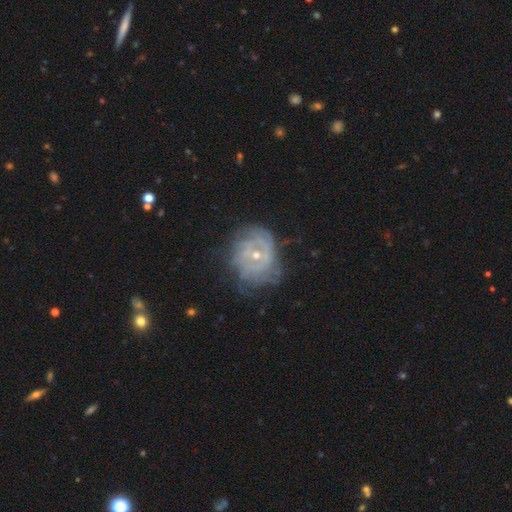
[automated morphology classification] A featured or disk galaxy (78%) with no bar (58%), tight (68%) spiral arms (84%) and a small central bulge (63%).

Vote fractions:
- Smooth or featured? featured or disk: 78% / smooth: 14% / star or artifact: 9%
- Edge-on disk? no: 97% / yes: 3%
- Bar? no: 58% / weak: 33% / strong: 9%
- Spiral arms? yes: 84% / no: 16%
- Spiral winding? tight: 68% / medium: 24% / loose: 8%
- Spiral arm count? can't tell: 51% / 2: 19% / 3: 12% / 4: 8% / more than 4: 6% / 1: 5%
- Bulge size? small: 63% / moderate: 34% / none: 1% / large: 1% / dominant: 1%
- Merging? none: 63% / minor disturbance: 23% / major disturbance: 13% / merger: 2%